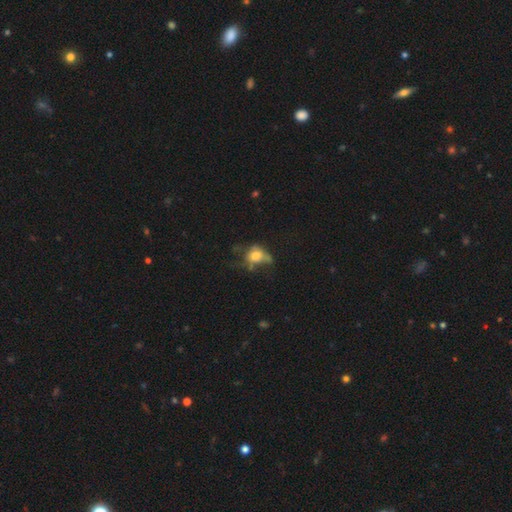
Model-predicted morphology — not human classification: A smooth galaxy with no disk features (56%) that is in between round and cigar-shaped (56%). Merging: major disturbance (42%).